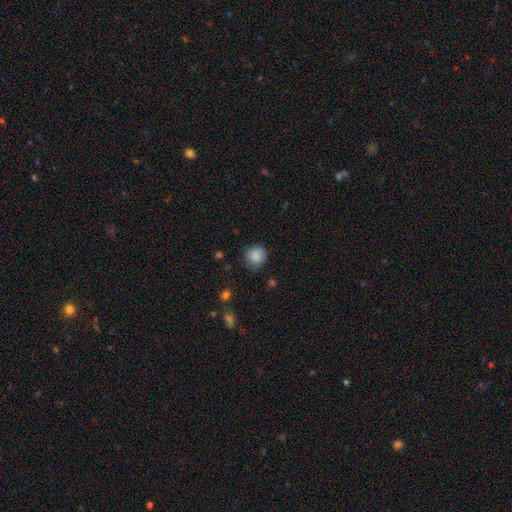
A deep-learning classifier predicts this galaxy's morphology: A smooth galaxy with no disk features (86%) that is round (89%). Merging: none (81%).